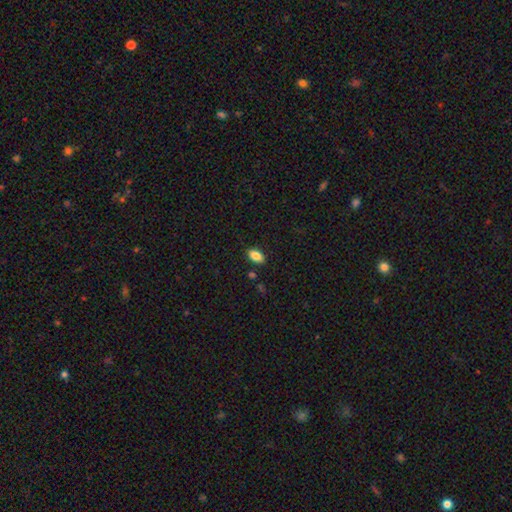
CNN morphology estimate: The model was most divided on "smooth or featured": smooth: 85%, star or artifact: 8%, featured or disk: 6%. More confident: how rounded — in between (91%); merging — none (86%).